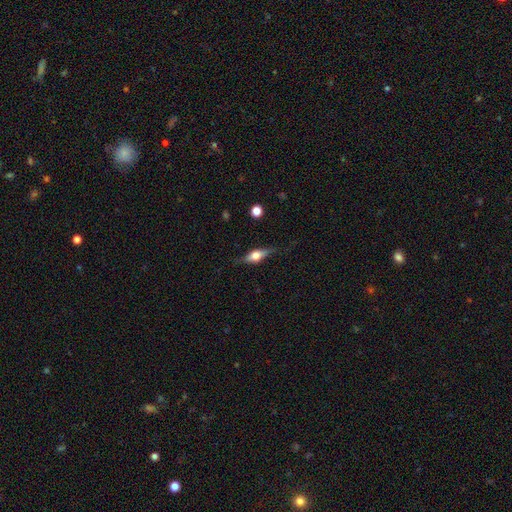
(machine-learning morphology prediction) A featured or disk galaxy (59%) viewed edge-on (93%) with a rounded central bulge (92%). Merging: none (78%).